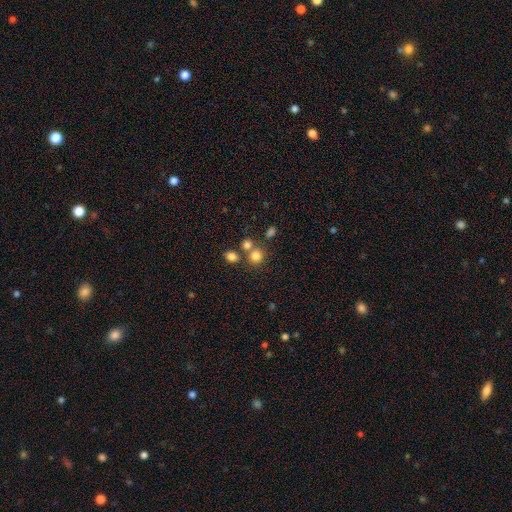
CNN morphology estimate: Q: Smooth or featured?
A: smooth (79%); runner-up: star or artifact (14%)
Q: How rounded?
A: round (83%); runner-up: in between (16%)
Q: Merging?
A: none (61%); runner-up: merger (27%)